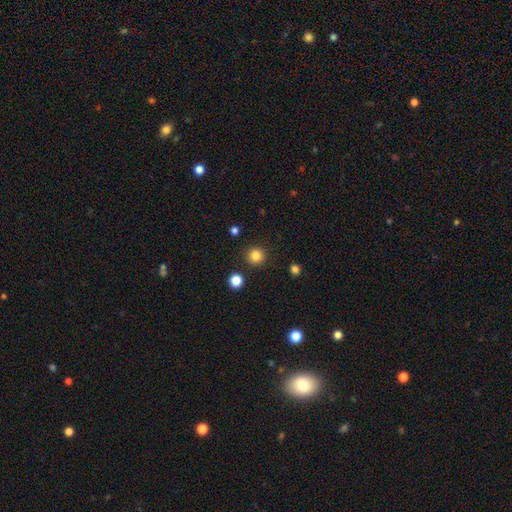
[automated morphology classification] A smooth galaxy with no disk features (83%) that is round (95%). Merging: none (91%).